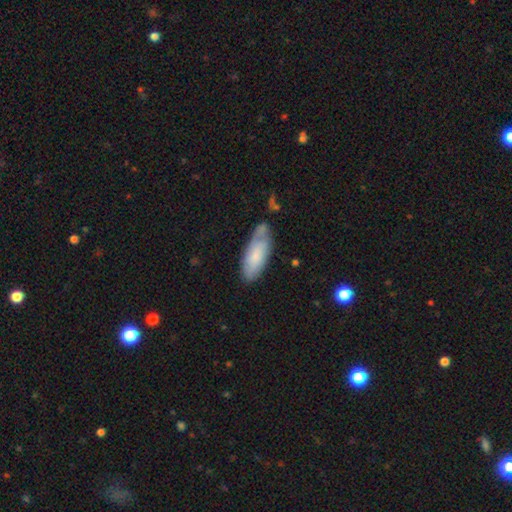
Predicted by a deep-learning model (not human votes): smooth 68%, featured or disk 26%, star or artifact 6%. Down the decision tree: how rounded — in between (74%); merging — none (56%).